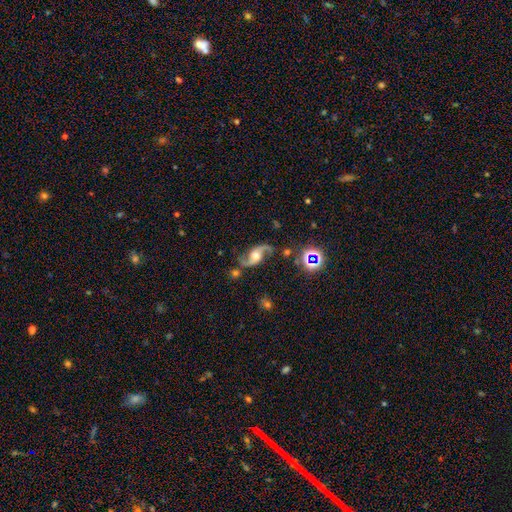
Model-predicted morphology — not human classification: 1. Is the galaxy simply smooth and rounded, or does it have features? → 87% featured or disk, 7% star or artifact, 5% smooth.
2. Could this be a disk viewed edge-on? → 96% no, 4% yes.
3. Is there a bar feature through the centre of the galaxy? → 59% no, 30% weak, 11% strong.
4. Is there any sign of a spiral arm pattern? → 97% yes, 3% no.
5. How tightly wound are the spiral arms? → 70% loose, 25% medium, 5% tight.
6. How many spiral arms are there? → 94% 2, 2% 1, 1% can't tell, 1% 3, 1% 4, 1% more than 4.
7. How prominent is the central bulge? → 63% moderate, 16% small, 16% large, 3% none, 2% dominant.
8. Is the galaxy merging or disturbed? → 76% none, 14% minor disturbance, 6% major disturbance, 4% merger.